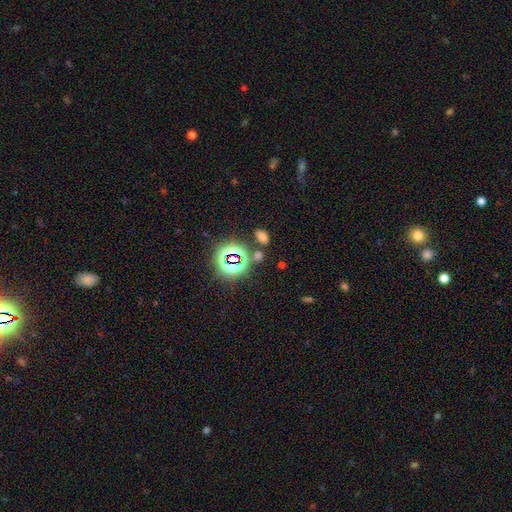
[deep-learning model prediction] This is likely a star or artifact rather than a galaxy (69%).